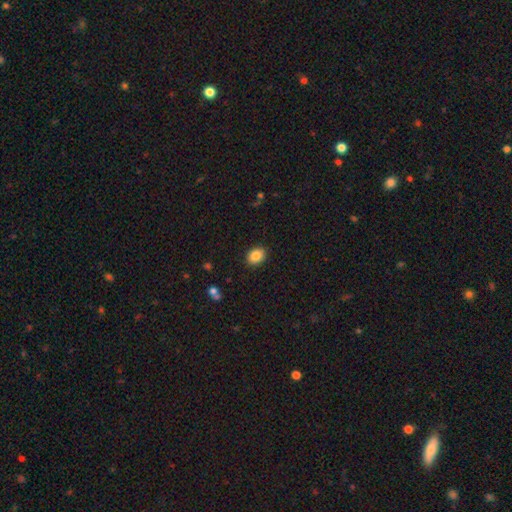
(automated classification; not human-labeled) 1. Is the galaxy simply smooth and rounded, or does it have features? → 87% smooth, 8% star or artifact, 5% featured or disk.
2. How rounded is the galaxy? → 58% in between, 41% round, 1% cigar-shaped.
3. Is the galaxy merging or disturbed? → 90% none, 7% minor disturbance, 2% major disturbance, 1% merger.